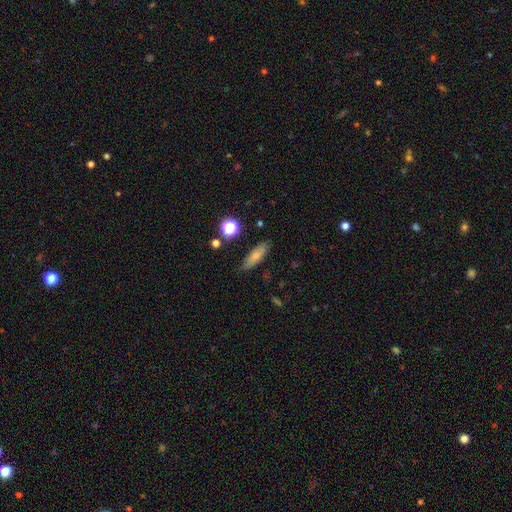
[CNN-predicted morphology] This appears to be a smooth galaxy with no disk features (73%) that is cigar-shaped (51%). Merging: none (81%).